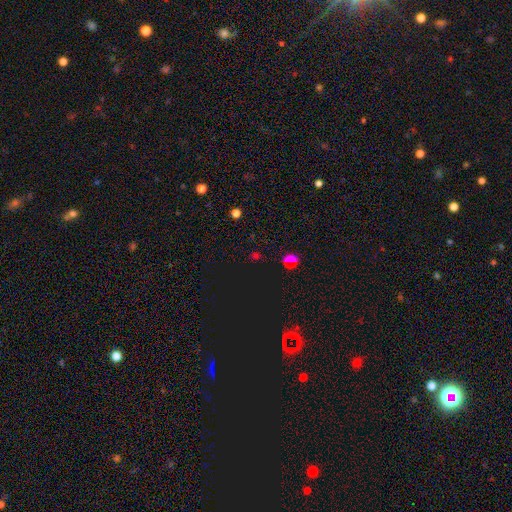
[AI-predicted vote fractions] Smooth or featured? star or artifact (64%)